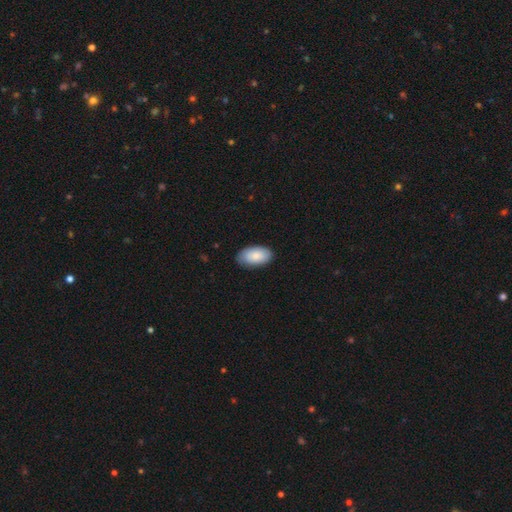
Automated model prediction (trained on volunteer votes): Smooth or featured: smooth — 85% (featured or disk — 9%)
How rounded: in between — 96% (round — 3%)
Merging: none — 82% (minor disturbance — 14%)